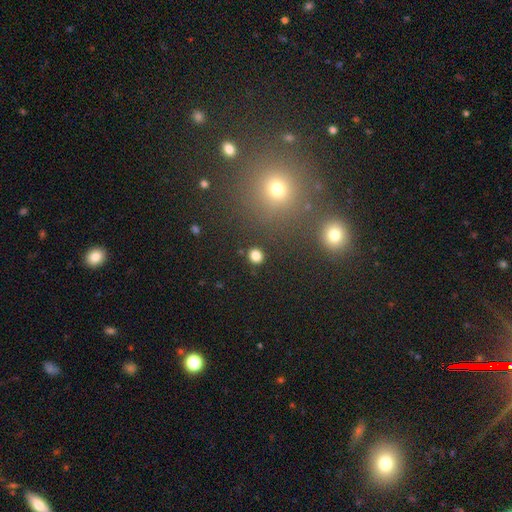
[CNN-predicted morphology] smooth 82%, star or artifact 14%, featured or disk 4%. Down the decision tree: how rounded — round (81%); merging — none (90%).